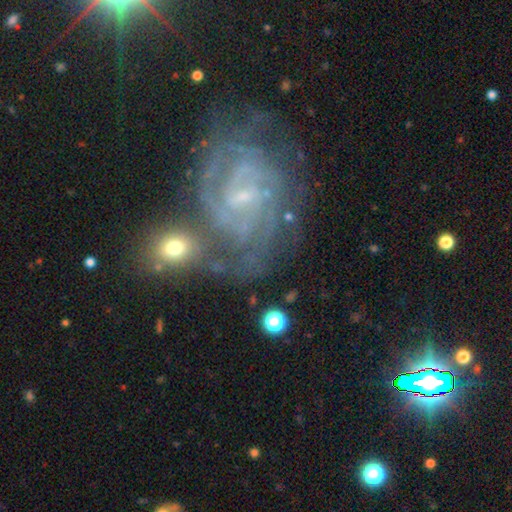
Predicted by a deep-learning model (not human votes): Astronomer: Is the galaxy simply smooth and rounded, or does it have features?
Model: featured or disk — 84%.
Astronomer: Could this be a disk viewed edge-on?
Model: no — 97%.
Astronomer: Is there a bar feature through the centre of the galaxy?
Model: weak — 51% (runner-up: no, 29%).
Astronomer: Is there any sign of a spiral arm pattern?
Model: yes — 95%.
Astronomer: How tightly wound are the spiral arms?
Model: tight — 64%.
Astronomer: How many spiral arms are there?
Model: can't tell — 32% (runner-up: 2, 27%).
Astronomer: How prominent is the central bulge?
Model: small — 76%.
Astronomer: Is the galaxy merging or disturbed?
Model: none — 57%.